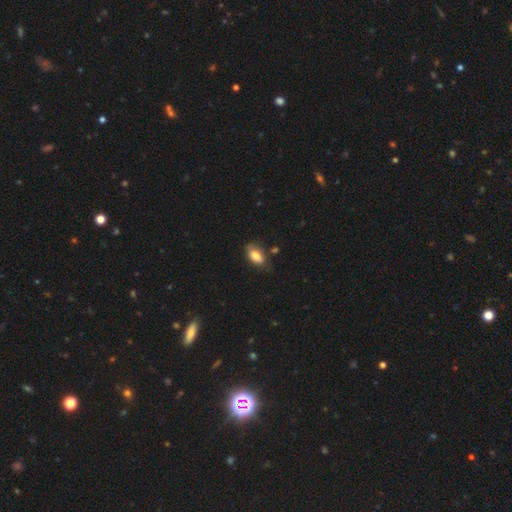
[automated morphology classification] Smooth or featured? smooth (82%)
How rounded? in between (91%)
Merging? none (67%)